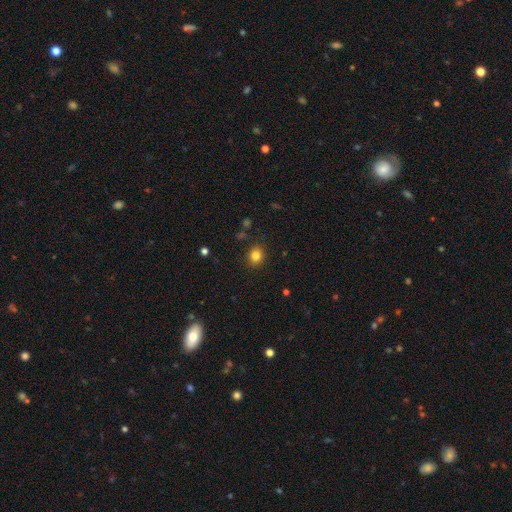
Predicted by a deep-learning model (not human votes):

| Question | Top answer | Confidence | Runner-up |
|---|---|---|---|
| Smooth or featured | smooth | 82% | star or artifact (12%) |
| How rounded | round | 74% | in between (25%) |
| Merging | none | 89% | minor disturbance (8%) |